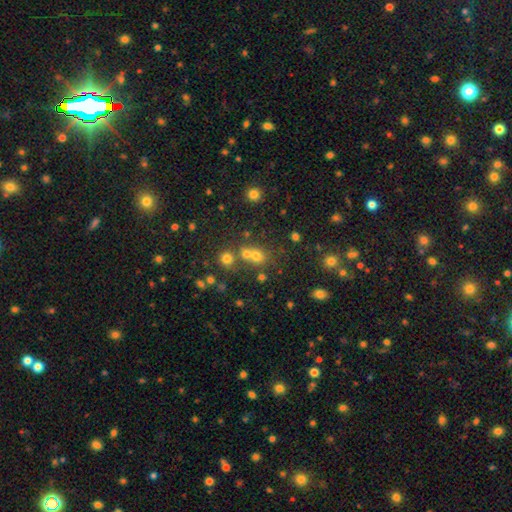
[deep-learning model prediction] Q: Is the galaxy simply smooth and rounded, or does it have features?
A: smooth — 63%.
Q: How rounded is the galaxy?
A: round — 76%.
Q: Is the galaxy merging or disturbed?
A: none — 48%.